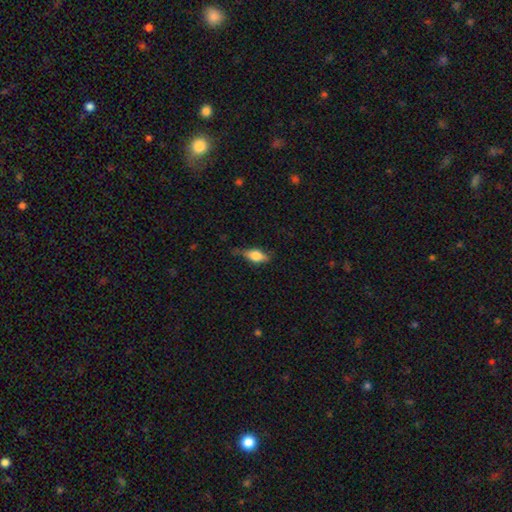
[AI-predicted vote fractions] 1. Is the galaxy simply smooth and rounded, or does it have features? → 59% smooth, 33% featured or disk, 8% star or artifact.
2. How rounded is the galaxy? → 76% in between, 18% cigar-shaped, 6% round.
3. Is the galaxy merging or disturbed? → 64% none, 26% minor disturbance, 7% major disturbance, 2% merger.